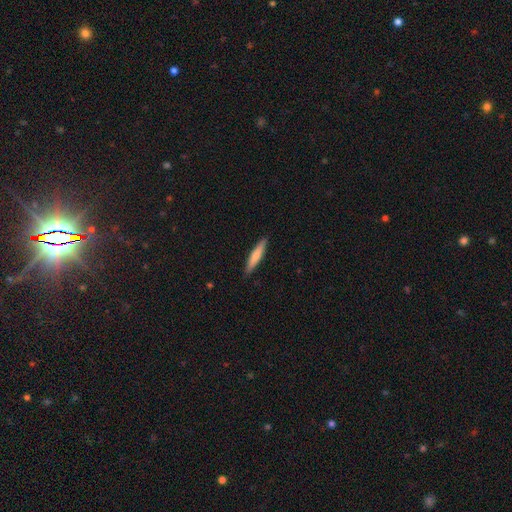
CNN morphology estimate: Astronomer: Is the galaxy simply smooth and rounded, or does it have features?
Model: smooth — 74%.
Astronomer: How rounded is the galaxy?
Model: cigar-shaped — 91%.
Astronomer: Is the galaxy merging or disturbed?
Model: none — 91%.